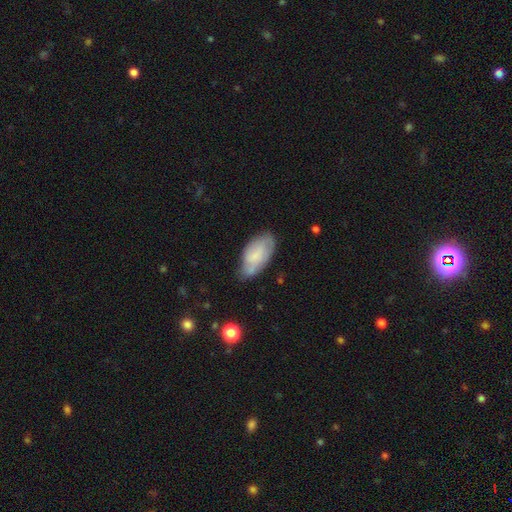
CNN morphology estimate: smooth-or-featured: smooth: 65% | featured or disk: 28% | star or artifact: 7%
  how-rounded: in between: 93% | cigar-shaped: 4% | round: 2%
  merging: none: 55% | minor disturbance: 33% | major disturbance: 8% | merger: 4%